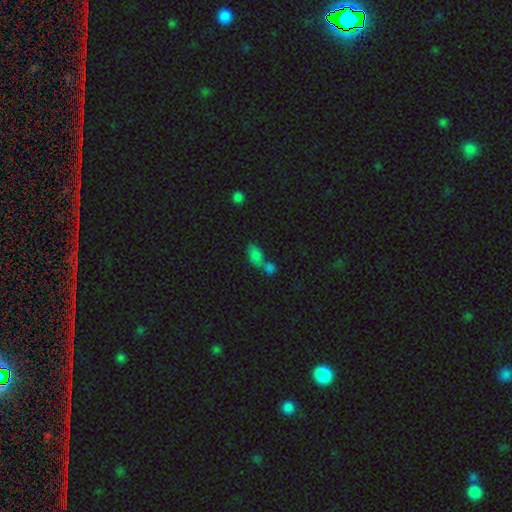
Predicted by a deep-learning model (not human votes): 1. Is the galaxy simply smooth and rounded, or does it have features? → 76% smooth, 16% star or artifact, 8% featured or disk.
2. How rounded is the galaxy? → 87% in between, 8% round, 5% cigar-shaped.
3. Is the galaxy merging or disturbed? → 52% merger, 32% none, 11% minor disturbance, 5% major disturbance.